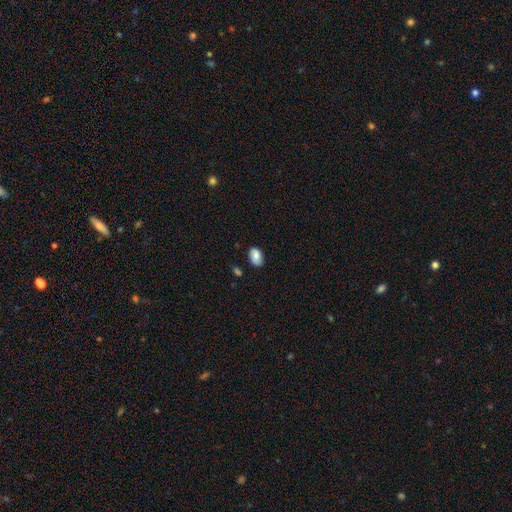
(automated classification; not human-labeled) Smooth or featured: smooth — 80% (featured or disk — 12%)
How rounded: in between — 87% (round — 11%)
Merging: none — 79% (minor disturbance — 16%)